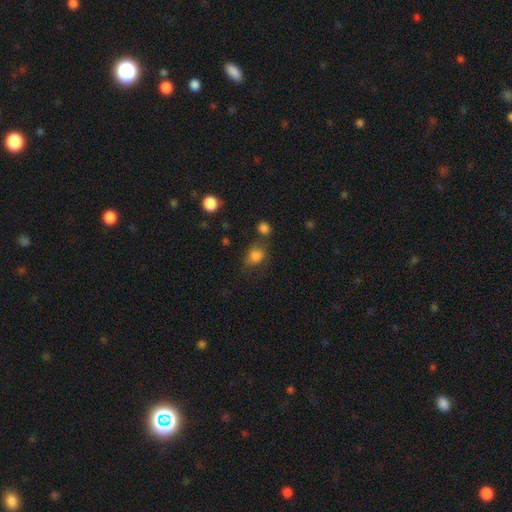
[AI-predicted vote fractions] A smooth galaxy with no disk features (80%) that is in between round and cigar-shaped (56%). Merging: none (53%).